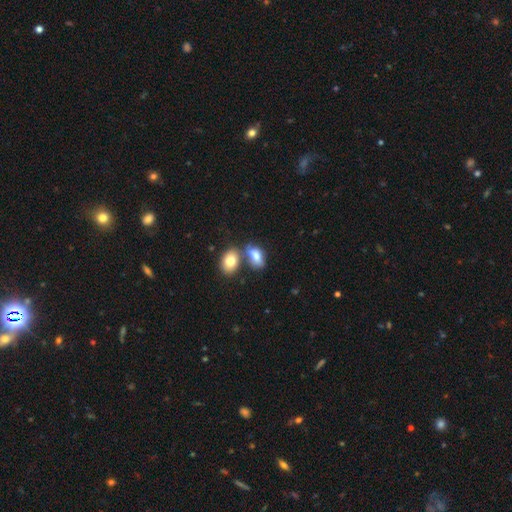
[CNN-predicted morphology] Smooth or featured: smooth — 76% (featured or disk — 15%)
How rounded: in between — 88% (round — 8%)
Merging: merger — 42% (none — 40%)